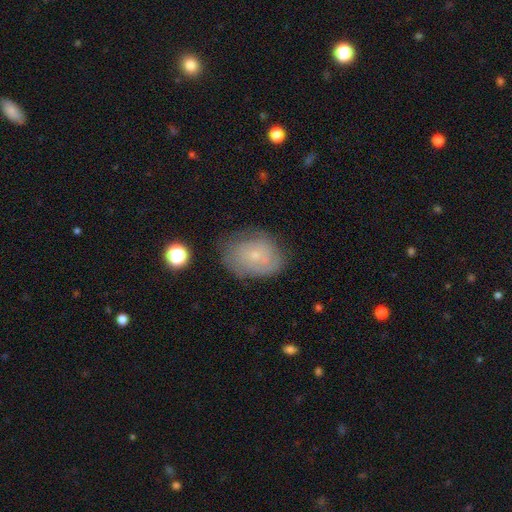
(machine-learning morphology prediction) Smooth or featured: smooth — 51% (featured or disk — 39%)
How rounded: in between — 68% (round — 31%)
Merging: none — 63% (minor disturbance — 25%)